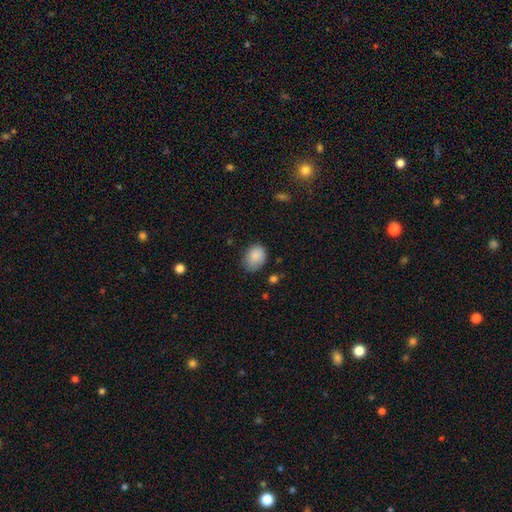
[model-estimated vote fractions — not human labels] Smooth or featured?
  - smooth: 86% *
  - star or artifact: 8%
  - featured or disk: 6%
How rounded?
  - in between: 66% *
  - round: 33%
  - cigar-shaped: 1%
Merging?
  - none: 68% *
  - minor disturbance: 24%
  - major disturbance: 6%
  - merger: 2%